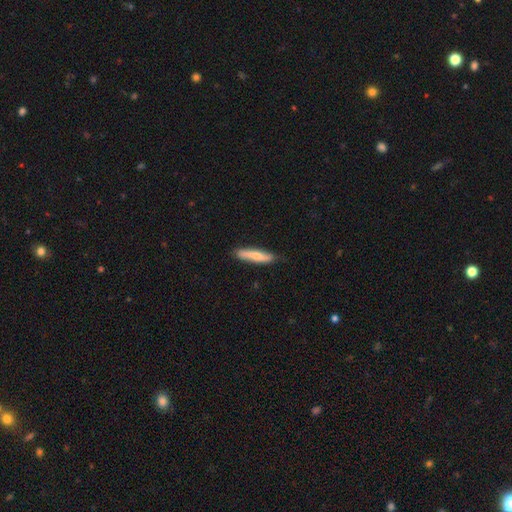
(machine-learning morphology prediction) type=smooth (68%); roundness=cigar-shaped (83%); merging=none (79%).